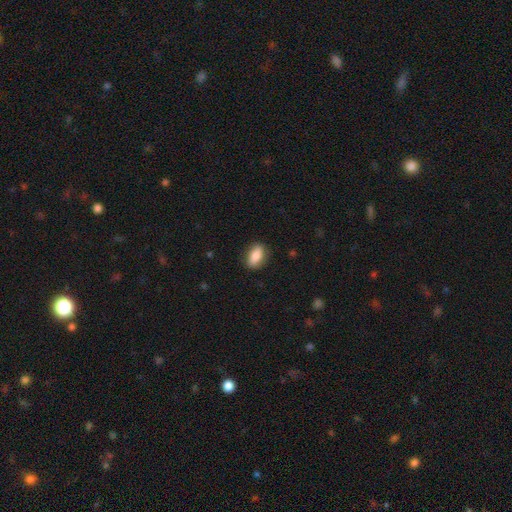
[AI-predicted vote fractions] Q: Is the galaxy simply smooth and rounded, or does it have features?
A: smooth — 82%.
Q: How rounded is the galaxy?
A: in between — 86%.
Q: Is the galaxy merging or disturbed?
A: none — 83%.